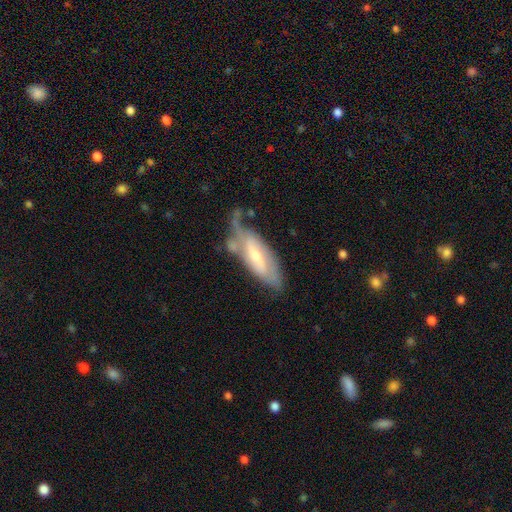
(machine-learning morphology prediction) featured or disk 65%, smooth 29%, star or artifact 6%. Down the decision tree: edge-on disk — no (80%); bar — weak (45%); spiral arms — yes (76%); bulge size — moderate (48%); merging — none (40%).